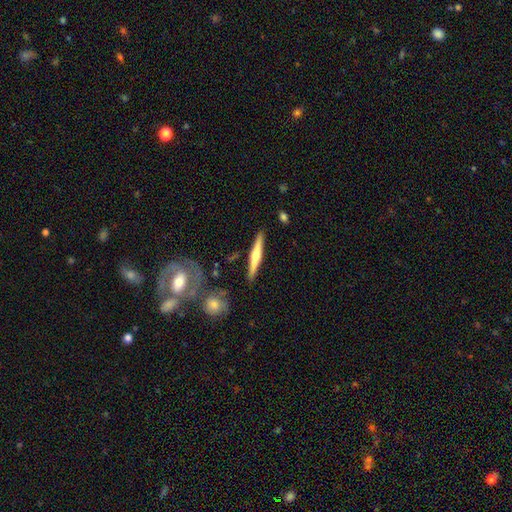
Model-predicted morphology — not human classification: type=featured or disk (54%); edge-on=yes (97%); edge-on bulge=rounded (79%); merging=none (89%).